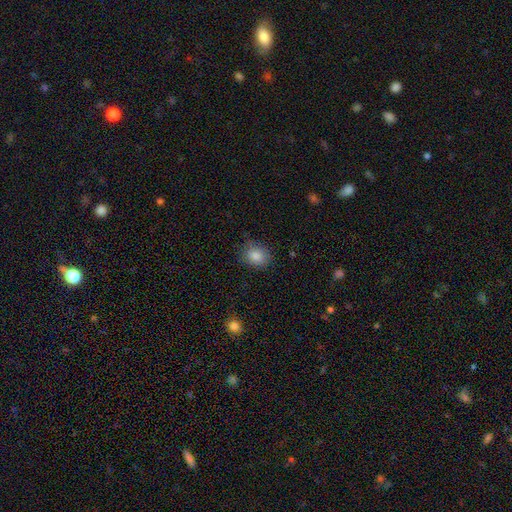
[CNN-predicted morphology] Smooth or featured?
  - smooth: 85% *
  - star or artifact: 10%
  - featured or disk: 5%
How rounded?
  - round: 64% *
  - in between: 35%
  - cigar-shaped: 1%
Merging?
  - none: 79% *
  - minor disturbance: 16%
  - major disturbance: 4%
  - merger: 1%